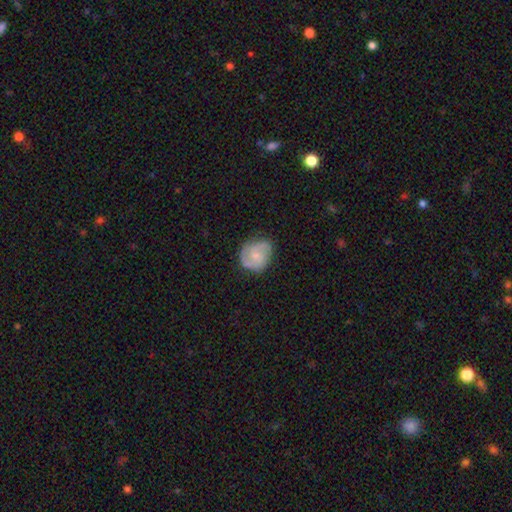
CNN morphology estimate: Smooth or featured? featured or disk (71%)
Edge-on disk? no (98%)
Bar? no (63%)
Spiral arms? yes (94%)
Spiral winding? medium (49%)
Spiral arm count? 2 (67%)
Bulge size? small (62%)
Merging? none (74%)